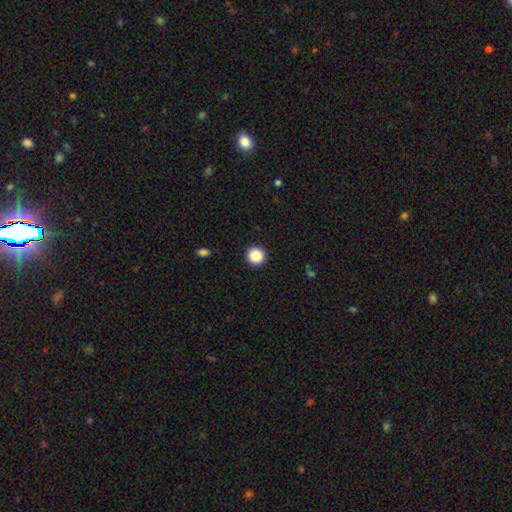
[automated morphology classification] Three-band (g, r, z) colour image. It shows a smooth galaxy with no disk features (87%) that is round (96%). Merging: none (93%).